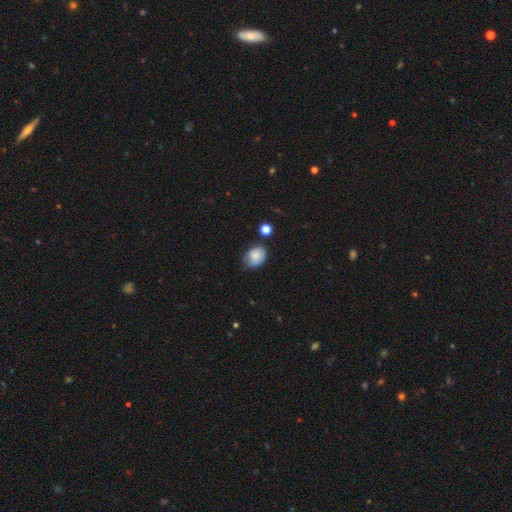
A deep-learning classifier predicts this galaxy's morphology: smooth-or-featured: smooth: 82% | featured or disk: 9% | star or artifact: 9%
  how-rounded: in between: 65% | round: 34% | cigar-shaped: 1%
  merging: none: 64% | minor disturbance: 26% | merger: 5% | major disturbance: 5%